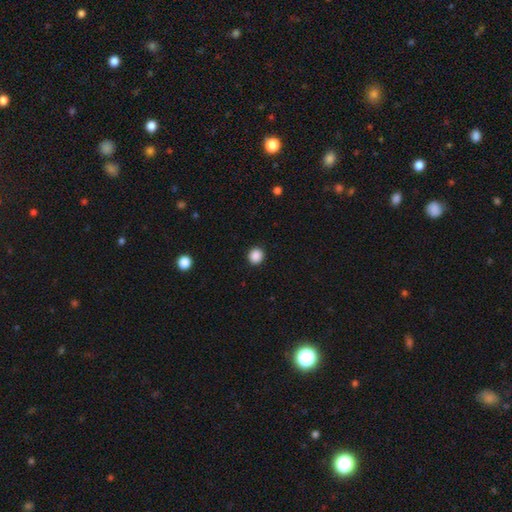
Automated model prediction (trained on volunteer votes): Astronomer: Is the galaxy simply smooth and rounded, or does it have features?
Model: smooth — 88%.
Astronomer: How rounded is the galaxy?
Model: round — 90%.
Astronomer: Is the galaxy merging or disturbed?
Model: none — 92%.